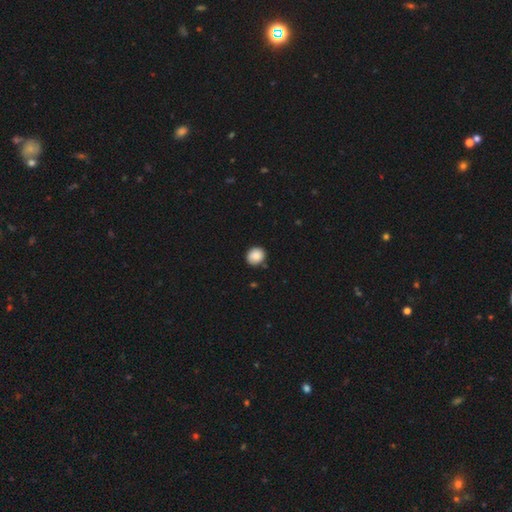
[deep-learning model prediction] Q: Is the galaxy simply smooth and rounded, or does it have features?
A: smooth — 86%.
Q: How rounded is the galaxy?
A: round — 76%.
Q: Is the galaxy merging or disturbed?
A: none — 83%.